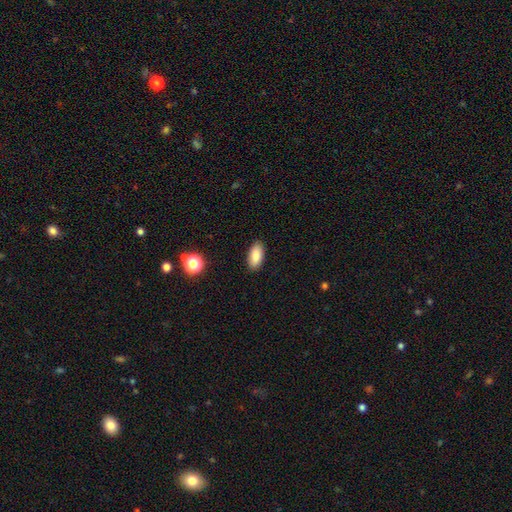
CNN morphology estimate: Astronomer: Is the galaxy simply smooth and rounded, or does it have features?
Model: smooth — 87%.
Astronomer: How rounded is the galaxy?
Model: in between — 89%.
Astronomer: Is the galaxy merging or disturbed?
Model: none — 89%.